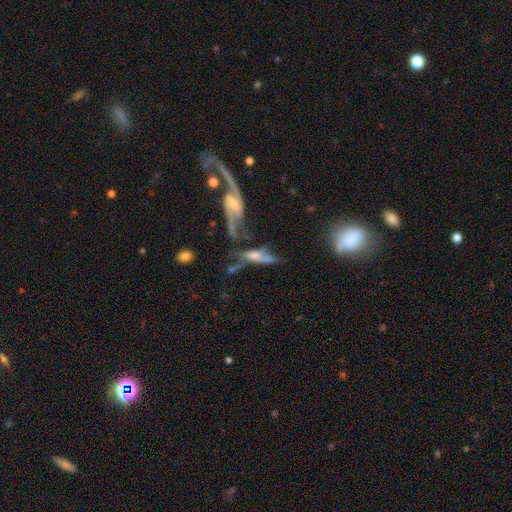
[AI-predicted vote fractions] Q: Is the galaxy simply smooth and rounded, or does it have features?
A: featured or disk — 57%.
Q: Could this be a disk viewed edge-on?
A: no — 62%.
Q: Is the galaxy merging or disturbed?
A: merger — 44%.